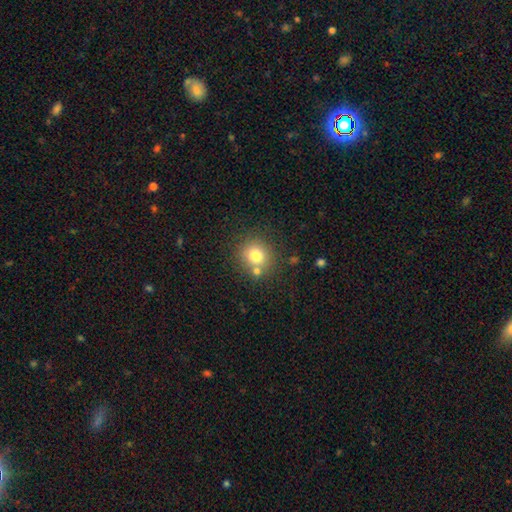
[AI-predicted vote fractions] smooth 77%, star or artifact 12%, featured or disk 10%. Down the decision tree: how rounded — round (86%); merging — none (70%).